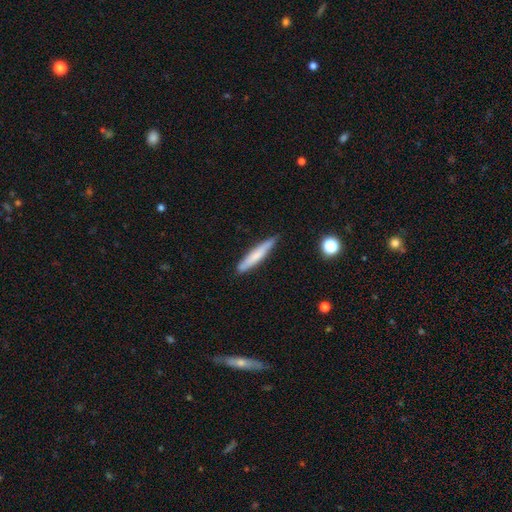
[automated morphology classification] Smooth or featured: smooth — 67% (featured or disk — 27%)
How rounded: cigar-shaped — 92% (in between — 7%)
Merging: none — 80% (minor disturbance — 16%)